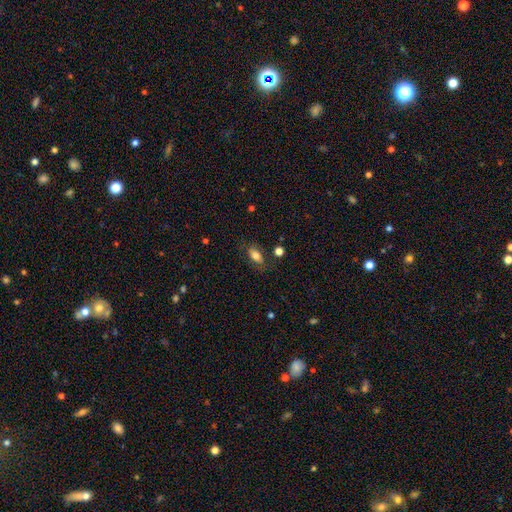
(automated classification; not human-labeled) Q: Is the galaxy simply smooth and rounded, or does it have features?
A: smooth — 77%.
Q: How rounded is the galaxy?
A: in between — 87%.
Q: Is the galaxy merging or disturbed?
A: none — 76%.